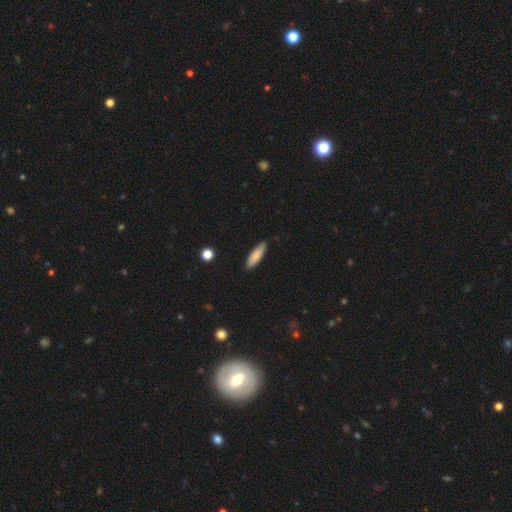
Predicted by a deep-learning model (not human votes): Q: Smooth or featured?
A: smooth (84%); runner-up: featured or disk (10%)
Q: How rounded?
A: cigar-shaped (62%); runner-up: in between (37%)
Q: Merging?
A: none (87%); runner-up: minor disturbance (10%)